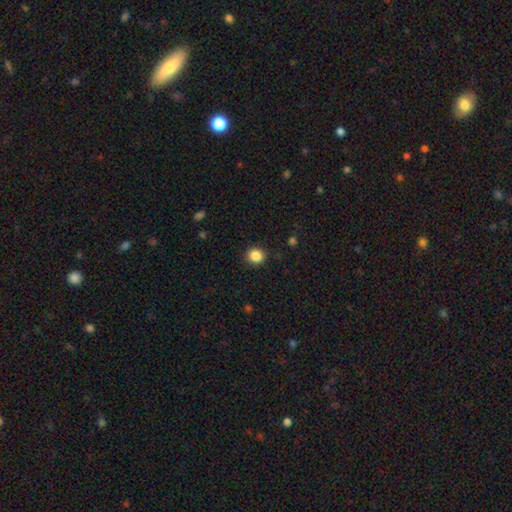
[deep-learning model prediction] Smooth or featured? Predicted: smooth (p=0.87). How rounded? Predicted: round (p=0.84). Merging? Predicted: none (p=0.90).